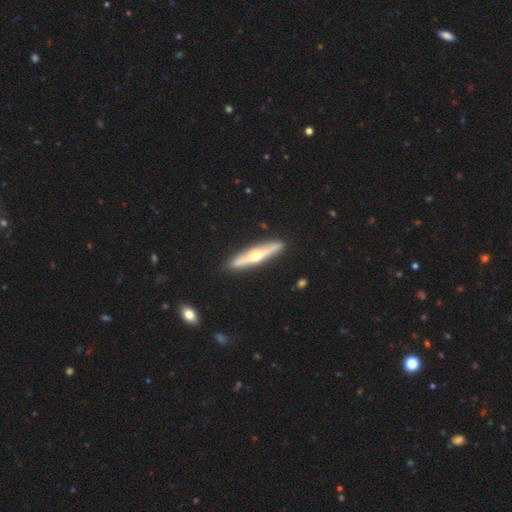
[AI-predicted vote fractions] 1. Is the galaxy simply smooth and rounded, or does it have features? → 68% featured or disk, 27% smooth, 5% star or artifact.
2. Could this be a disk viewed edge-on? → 93% yes, 7% no.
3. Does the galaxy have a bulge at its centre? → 92% rounded, 5% none, 3% boxy.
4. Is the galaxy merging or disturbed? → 90% none, 7% minor disturbance, 2% major disturbance, 1% merger.